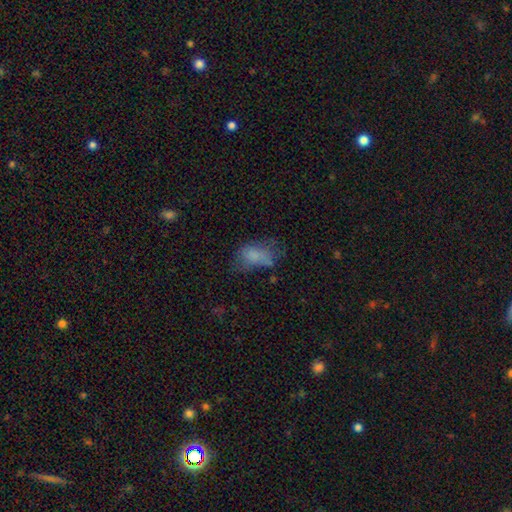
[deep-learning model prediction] A smooth galaxy with no disk features (68%) that is in between round and cigar-shaped (87%).

Vote fractions:
- Smooth or featured? smooth: 68% / featured or disk: 20% / star or artifact: 13%
- How rounded? in between: 87% / round: 11% / cigar-shaped: 3%
- Merging? none: 34% / major disturbance: 31% / minor disturbance: 28% / merger: 6%